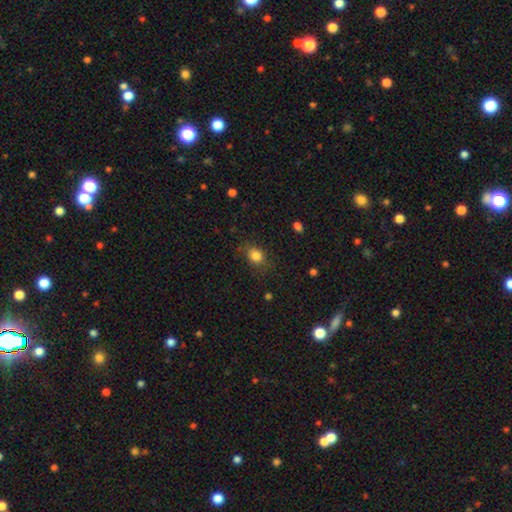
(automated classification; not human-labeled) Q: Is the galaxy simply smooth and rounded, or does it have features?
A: smooth — 83%.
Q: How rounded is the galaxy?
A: in between — 54%.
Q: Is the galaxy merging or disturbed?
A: none — 79%.